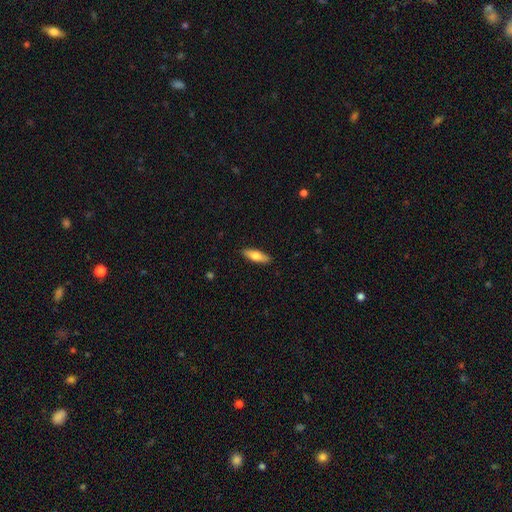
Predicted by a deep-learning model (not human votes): This is likely a smooth galaxy (72%). How rounded: possibly in between (50%). Merging: clearly none (89%).